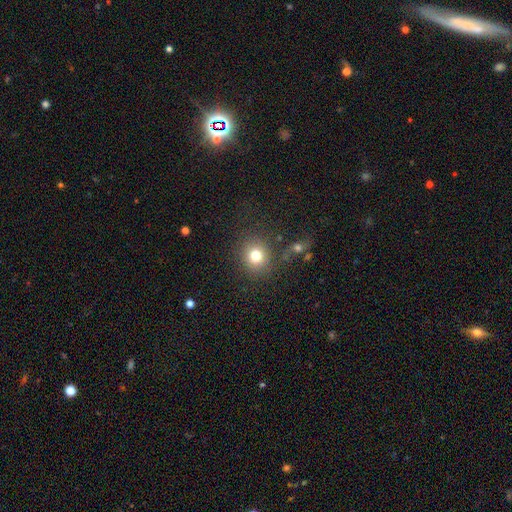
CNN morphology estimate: Smooth or featured? Predicted: smooth (p=0.78). How rounded? Predicted: round (p=0.86). Merging? Predicted: none (p=0.83).